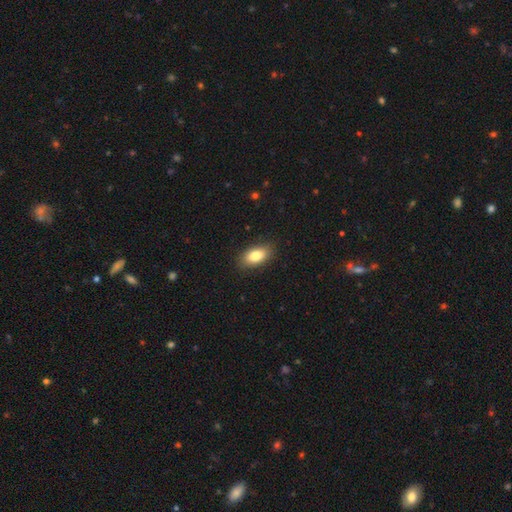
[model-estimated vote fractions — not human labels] smooth 83%, featured or disk 10%, star or artifact 7%. Down the decision tree: how rounded — in between (91%); merging — none (87%).